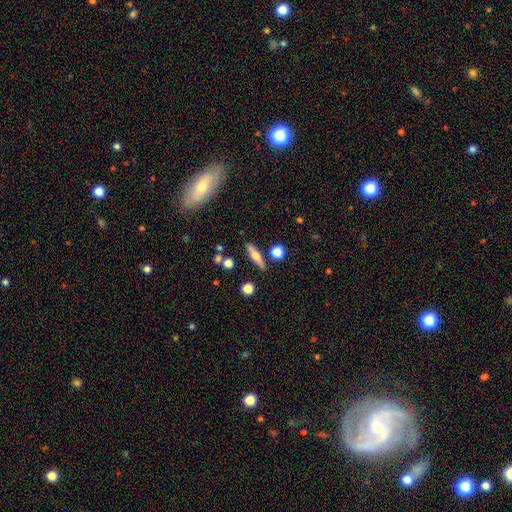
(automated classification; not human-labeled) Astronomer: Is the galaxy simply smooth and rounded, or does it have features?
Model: smooth — 49% (runner-up: featured or disk, 43%).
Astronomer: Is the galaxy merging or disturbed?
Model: none — 82%.